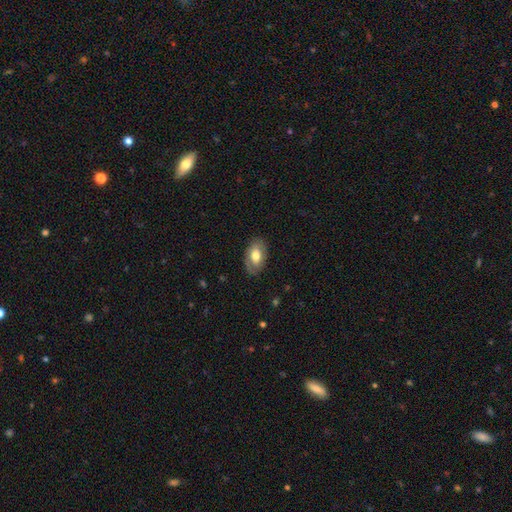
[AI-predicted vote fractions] Smooth or featured? Predicted: smooth (p=0.62). How rounded? Predicted: in between (p=0.91). Merging? Predicted: none (p=0.80).